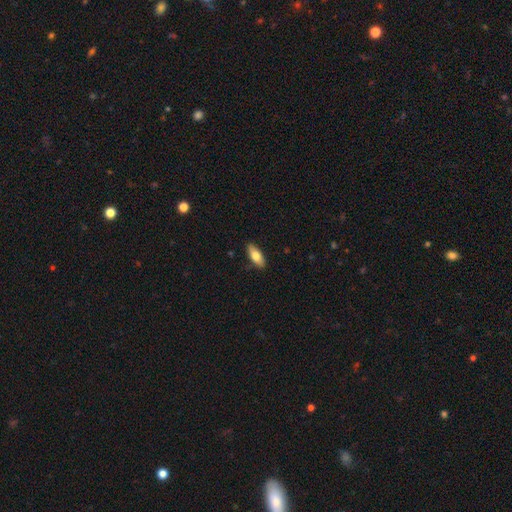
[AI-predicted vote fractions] Morphology: type=smooth (73%); roundness=in between (77%); merging=none (87%).